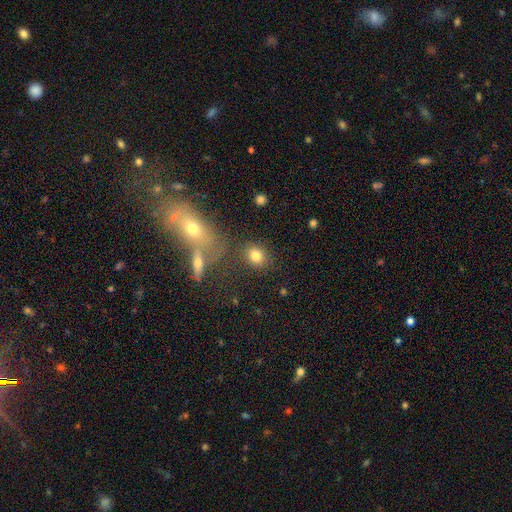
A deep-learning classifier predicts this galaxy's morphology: The model was most divided on "how rounded": round: 61%, in between: 38%, cigar-shaped: 2%. More confident: smooth or featured — smooth (81%); merging — none (77%).